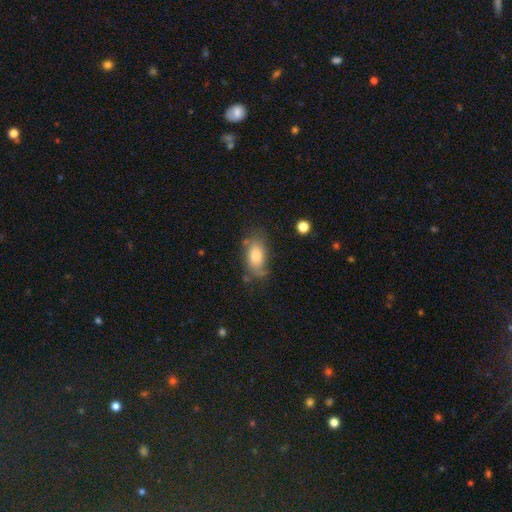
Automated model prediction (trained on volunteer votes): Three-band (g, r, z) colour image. It shows a smooth galaxy with no disk features (74%) that is in between round and cigar-shaped (89%). Merging: none (64%).